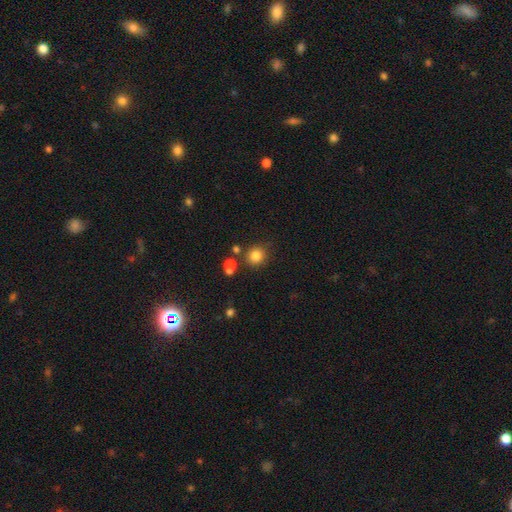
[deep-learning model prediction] smooth 81%, star or artifact 13%, featured or disk 6%. Down the decision tree: how rounded — round (89%); merging — none (77%).